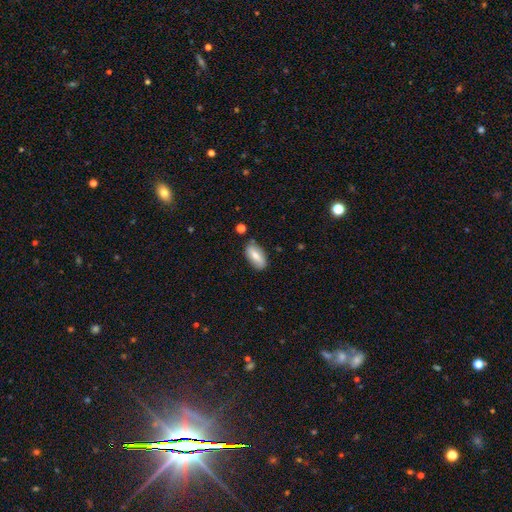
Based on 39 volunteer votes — Smooth or featured? 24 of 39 (62%) said smooth. How rounded? 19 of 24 (79%) said in between. Merging? 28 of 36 (78%) said none.